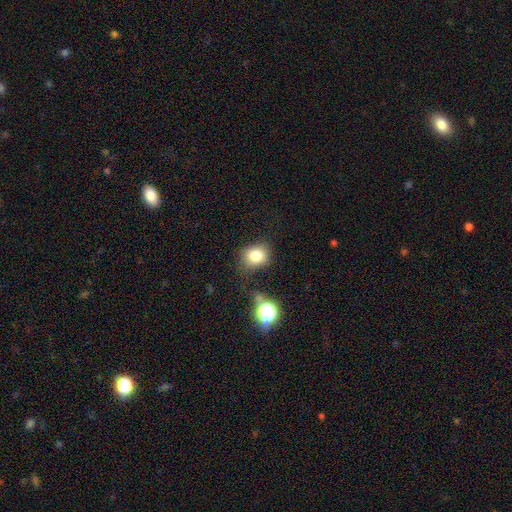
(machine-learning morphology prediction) A smooth galaxy with no disk features (79%) that is round (65%). Merging: none (75%).